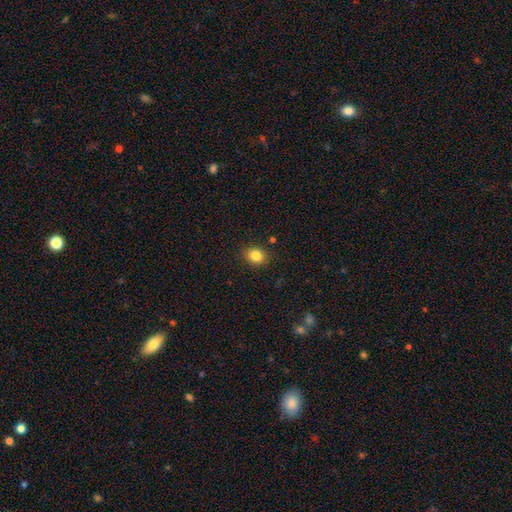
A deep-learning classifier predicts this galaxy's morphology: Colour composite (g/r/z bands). It shows a smooth galaxy with no disk features (84%) that is round (59%). Merging: none (86%).